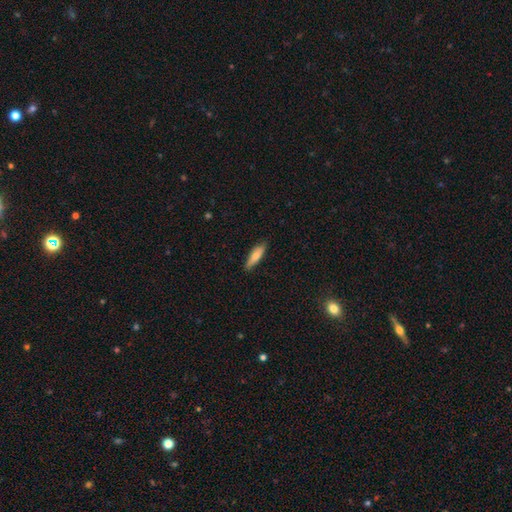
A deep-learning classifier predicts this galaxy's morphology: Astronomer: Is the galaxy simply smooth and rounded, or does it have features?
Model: smooth — 75%.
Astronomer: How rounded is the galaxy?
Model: cigar-shaped — 68%.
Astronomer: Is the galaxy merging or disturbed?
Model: none — 85%.